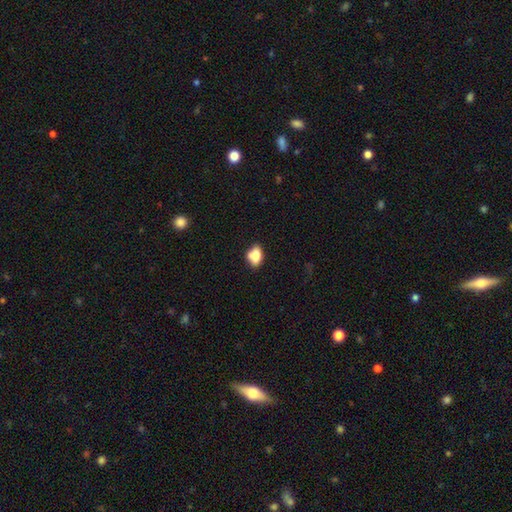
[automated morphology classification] smooth-or-featured: smooth: 76% | featured or disk: 15% | star or artifact: 9%
  how-rounded: in between: 77% | round: 20% | cigar-shaped: 3%
  merging: none: 54% | minor disturbance: 25% | merger: 14% | major disturbance: 7%